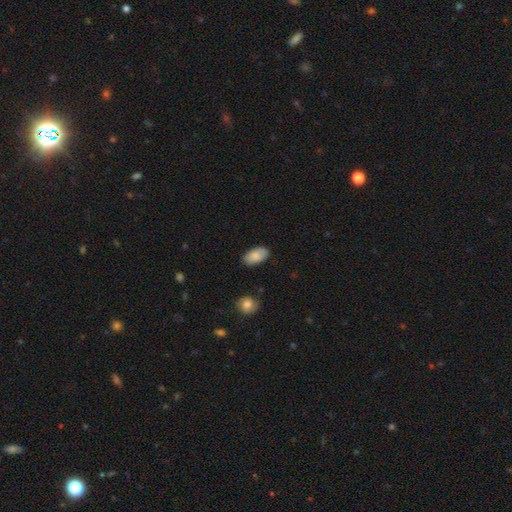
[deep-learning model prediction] Smooth or featured?
  - smooth: 85% *
  - featured or disk: 9%
  - star or artifact: 6%
How rounded?
  - in between: 94% *
  - round: 4%
  - cigar-shaped: 2%
Merging?
  - none: 84% *
  - minor disturbance: 12%
  - major disturbance: 2%
  - merger: 2%